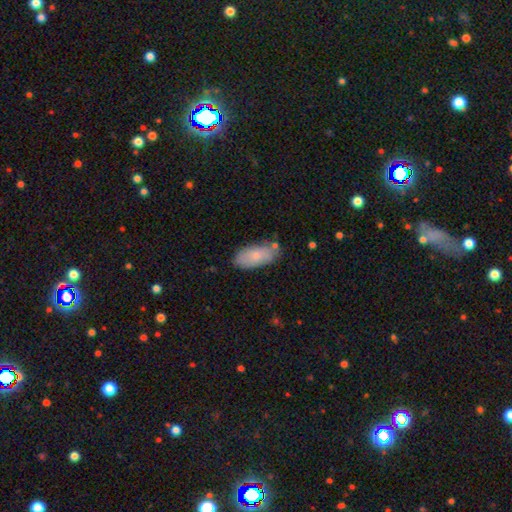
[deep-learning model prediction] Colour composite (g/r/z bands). It shows a smooth galaxy with no disk features (77%) that is in between round and cigar-shaped (91%). Merging: none (73%).